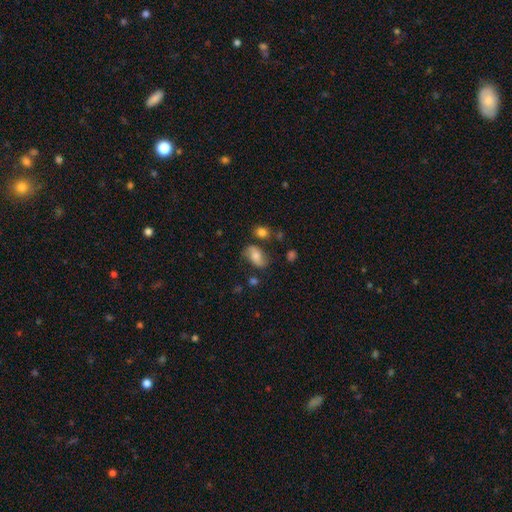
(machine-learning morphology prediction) type=smooth (46%); merging=none (64%).